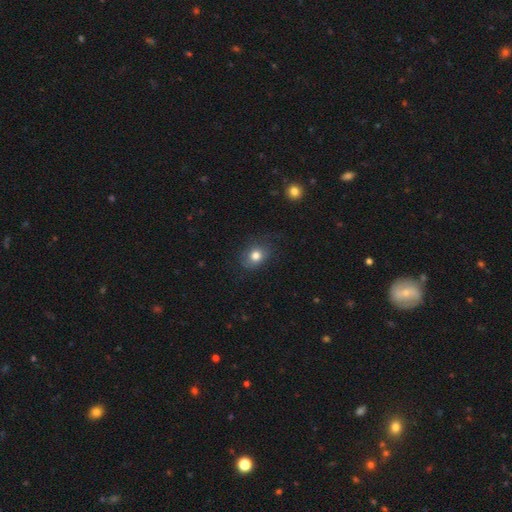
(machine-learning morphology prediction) Smooth or featured: smooth — 79% (star or artifact — 11%)
How rounded: in between — 50% (round — 49%)
Merging: none — 71% (minor disturbance — 20%)